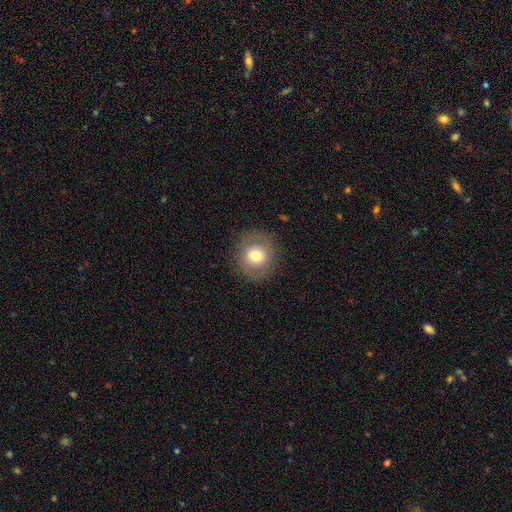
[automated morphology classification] Smooth or featured? smooth (70%)
How rounded? round (86%)
Merging? none (86%)